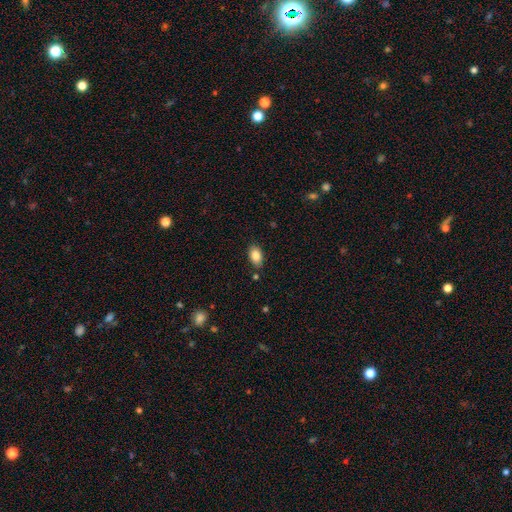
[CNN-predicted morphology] smooth_or_featured: smooth (p=0.84) [alt: star or artifact p=0.08]
how_rounded: in between (p=0.89) [alt: round p=0.09]
merging: none (p=0.83) [alt: minor disturbance p=0.12]